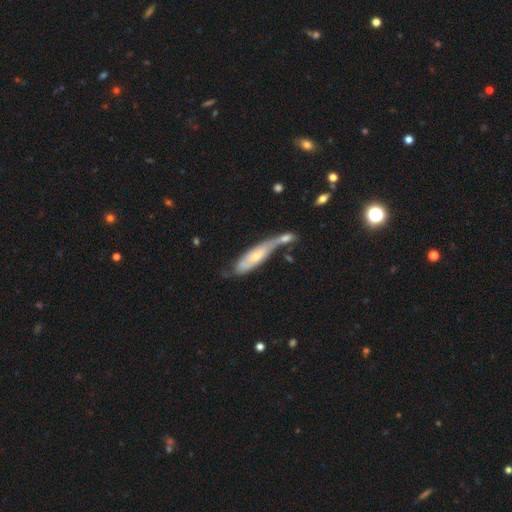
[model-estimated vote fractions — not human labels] smooth-or-featured: smooth: 50% | featured or disk: 45% | star or artifact: 6%
  merging: merger: 49% | none: 26% | minor disturbance: 17% | major disturbance: 9%